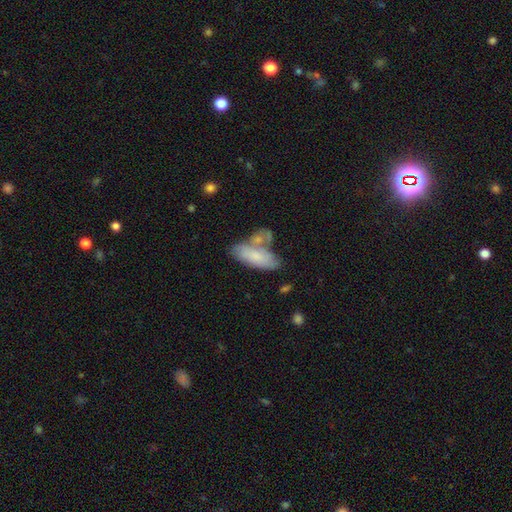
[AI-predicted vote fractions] A smooth galaxy with no disk features (72%) that is in between round and cigar-shaped (81%).

Vote fractions:
- Smooth or featured? smooth: 72% / featured or disk: 22% / star or artifact: 6%
- How rounded? in between: 81% / cigar-shaped: 16% / round: 2%
- Merging? none: 41% / merger: 32% / minor disturbance: 19% / major disturbance: 8%